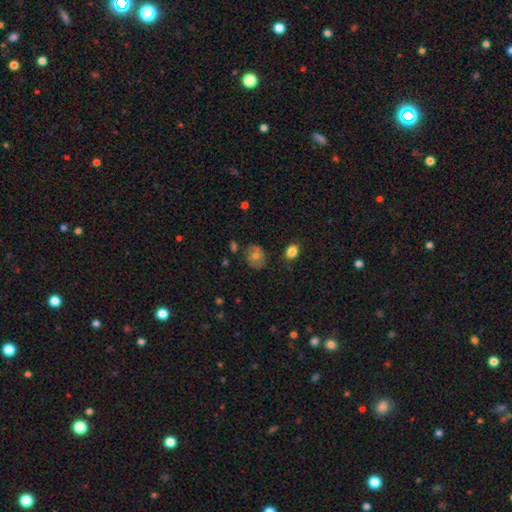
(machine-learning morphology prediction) A smooth galaxy with no disk features (50%) that is round (60%). Merging: none (76%).